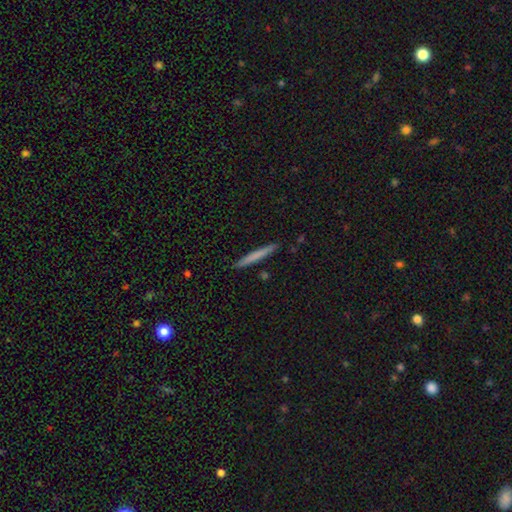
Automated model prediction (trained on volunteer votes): Smooth or featured: smooth — 67% (featured or disk — 27%)
How rounded: cigar-shaped — 97% (in between — 2%)
Merging: none — 91% (minor disturbance — 7%)